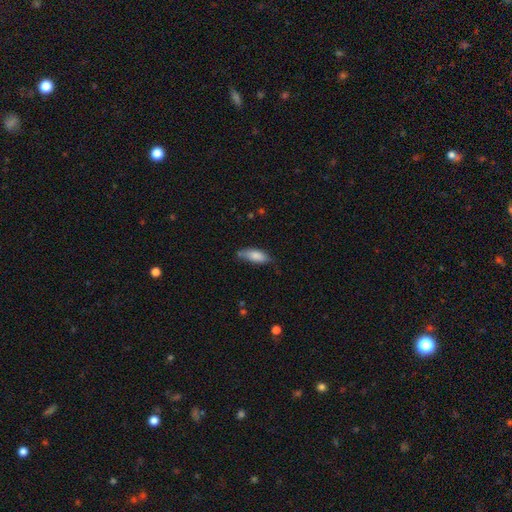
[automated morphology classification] A smooth galaxy with no disk features (82%) that is in between round and cigar-shaped (72%). Merging: none (64%).